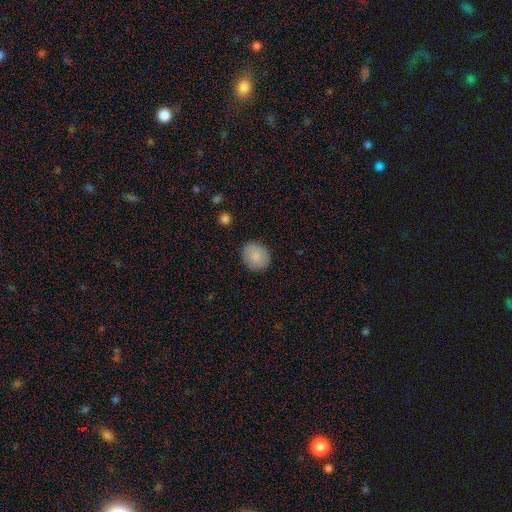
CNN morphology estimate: Overall: smooth (87%). How rounded: round (65%; in between 34%). Merging: none (87%).